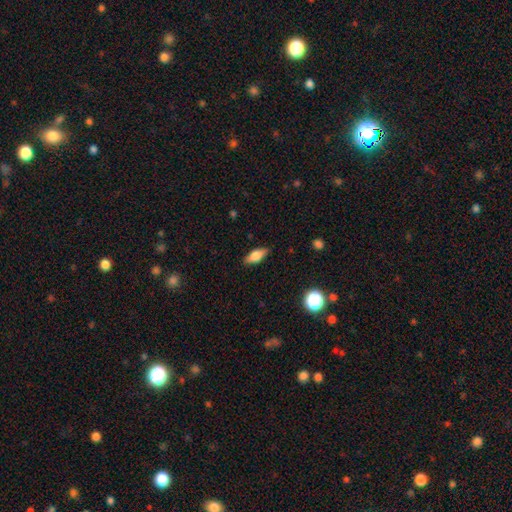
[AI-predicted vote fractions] Smooth or featured?
  - smooth: 68% *
  - featured or disk: 24%
  - star or artifact: 8%
How rounded?
  - in between: 77% *
  - cigar-shaped: 20%
  - round: 4%
Merging?
  - none: 85% *
  - minor disturbance: 11%
  - major disturbance: 3%
  - merger: 1%